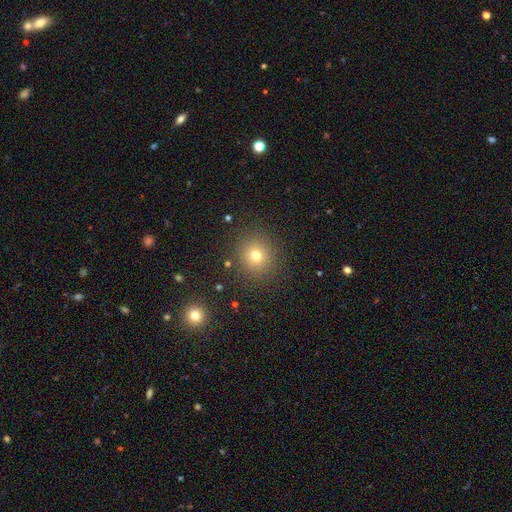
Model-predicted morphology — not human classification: Smooth or featured? smooth (72%)
How rounded? round (89%)
Merging? none (87%)